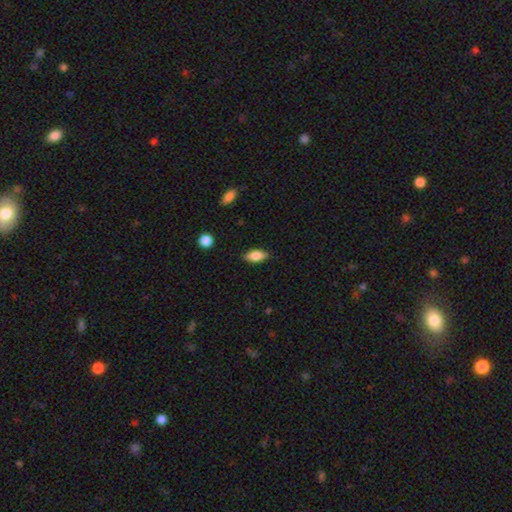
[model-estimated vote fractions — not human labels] Smooth or featured: smooth — 77% (featured or disk — 16%)
How rounded: in between — 85% (cigar-shaped — 12%)
Merging: none — 84% (minor disturbance — 12%)